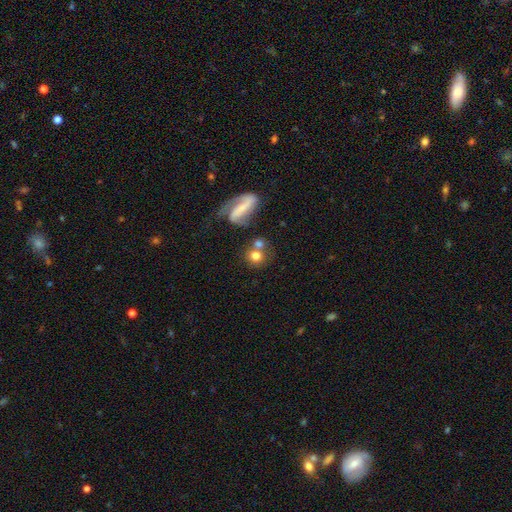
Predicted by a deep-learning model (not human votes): Q: Smooth or featured?
A: smooth (69%); runner-up: featured or disk (20%)
Q: How rounded?
A: round (84%); runner-up: in between (14%)
Q: Merging?
A: none (51%); runner-up: merger (31%)